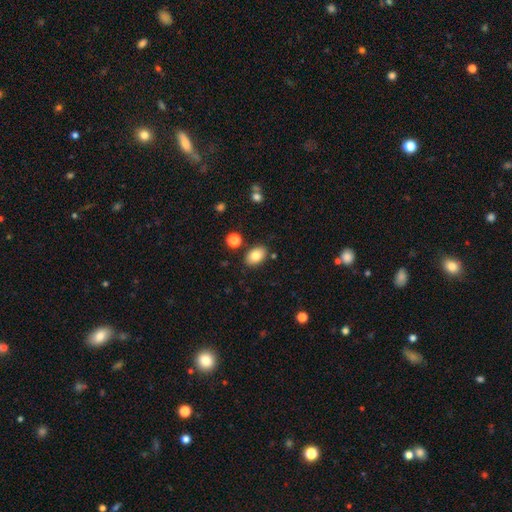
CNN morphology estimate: smooth-or-featured: smooth: 81% | featured or disk: 10% | star or artifact: 8%
  how-rounded: in between: 85% | round: 13% | cigar-shaped: 1%
  merging: none: 84% | minor disturbance: 10% | merger: 4% | major disturbance: 2%